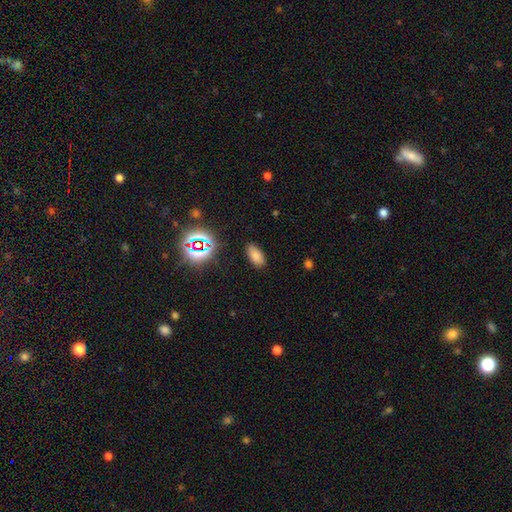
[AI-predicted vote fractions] smooth-or-featured: smooth: 75% | star or artifact: 18% | featured or disk: 7%
  how-rounded: in between: 91% | round: 4% | cigar-shaped: 4%
  merging: none: 85% | minor disturbance: 10% | major disturbance: 3% | merger: 2%